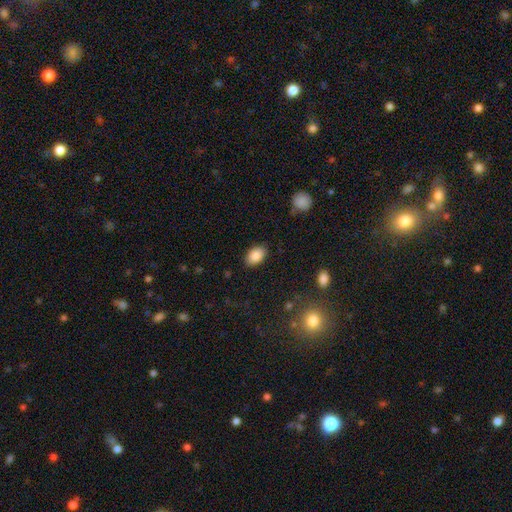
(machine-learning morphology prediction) smooth-or-featured: smooth: 88% | star or artifact: 8% | featured or disk: 5%
  how-rounded: in between: 89% | round: 10% | cigar-shaped: 1%
  merging: none: 87% | minor disturbance: 9% | major disturbance: 3% | merger: 1%